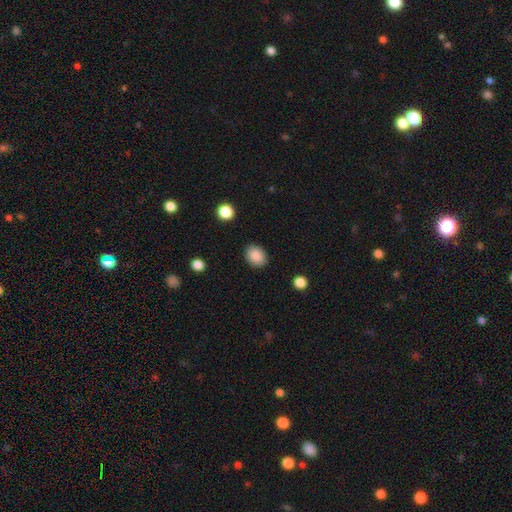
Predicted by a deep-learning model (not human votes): A smooth galaxy with no disk features (88%) that is in between round and cigar-shaped (57%).

Vote fractions:
- Smooth or featured? smooth: 88% / star or artifact: 8% / featured or disk: 4%
- How rounded? in between: 57% / round: 43% / cigar-shaped: 1%
- Merging? none: 88% / minor disturbance: 9% / major disturbance: 2% / merger: 1%